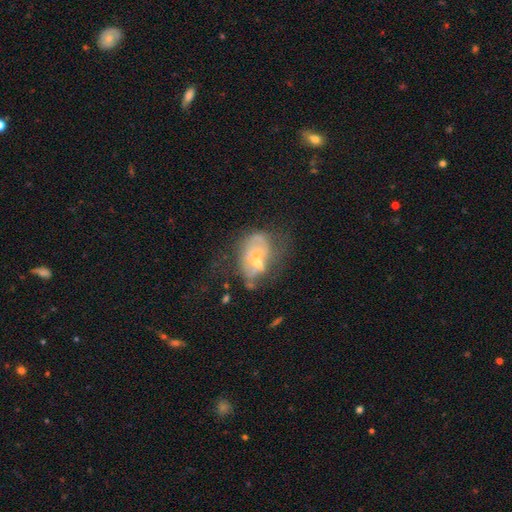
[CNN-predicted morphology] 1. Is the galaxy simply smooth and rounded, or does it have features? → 62% featured or disk, 27% smooth, 12% star or artifact.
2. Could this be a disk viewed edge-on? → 96% no, 4% yes.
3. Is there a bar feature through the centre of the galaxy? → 68% no, 25% weak, 7% strong.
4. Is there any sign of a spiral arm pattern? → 55% no, 45% yes.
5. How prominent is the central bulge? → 54% small, 35% moderate, 7% none, 3% large, 1% dominant.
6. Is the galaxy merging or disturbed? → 30% none, 26% major disturbance, 24% merger, 20% minor disturbance.